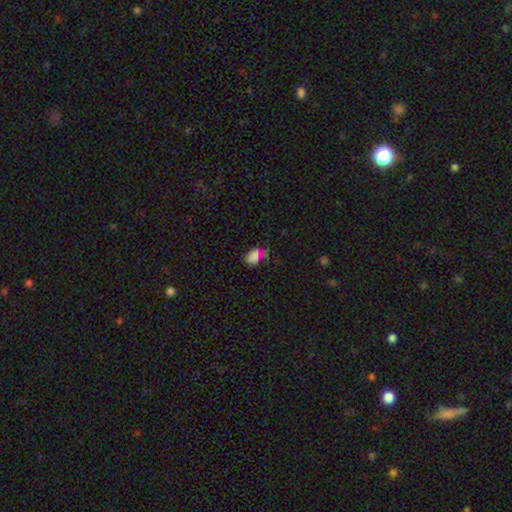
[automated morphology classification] A smooth galaxy with no disk features (70%) that is in between round and cigar-shaped (87%). Merging: none (49%).